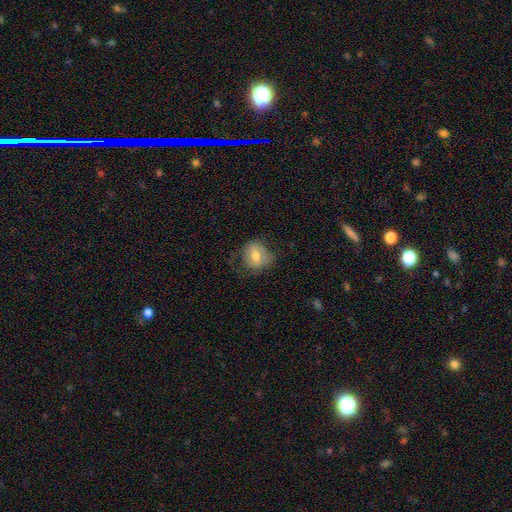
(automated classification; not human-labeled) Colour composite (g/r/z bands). It shows a smooth galaxy with no disk features (63%) that is round (64%). Merging: none (56%).